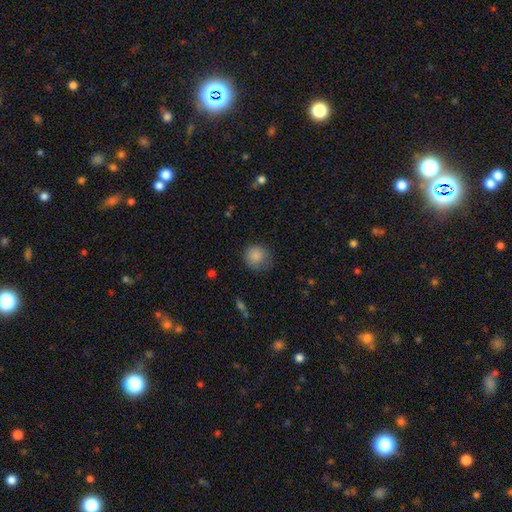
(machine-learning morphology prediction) smooth_or_featured: smooth (p=0.86) [alt: star or artifact p=0.09]
how_rounded: round (p=0.89) [alt: in between p=0.10]
merging: none (p=0.75) [alt: minor disturbance p=0.19]